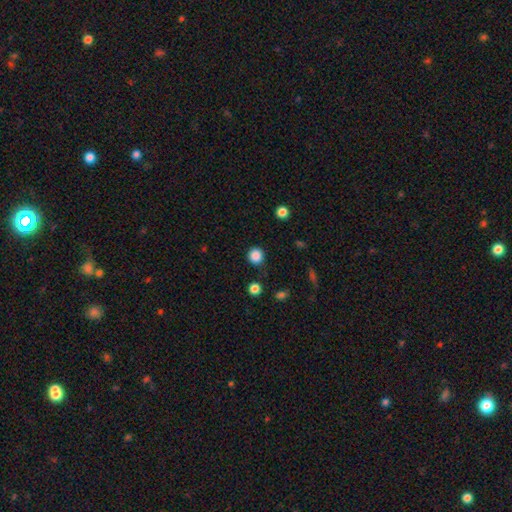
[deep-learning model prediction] Morphology: type=smooth (86%); roundness=round (92%); merging=none (87%).